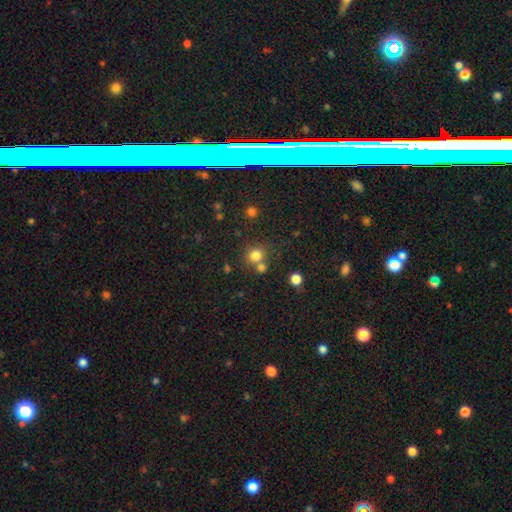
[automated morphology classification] This appears to be a smooth galaxy with no disk features (79%) that is round (85%). Merging: none (62%).